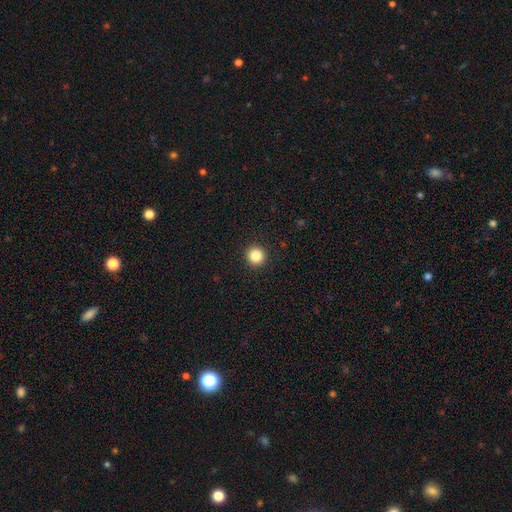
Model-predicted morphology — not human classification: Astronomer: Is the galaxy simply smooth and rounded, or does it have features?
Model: smooth — 85%.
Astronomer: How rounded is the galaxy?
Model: round — 95%.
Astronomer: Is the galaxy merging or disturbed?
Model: none — 93%.